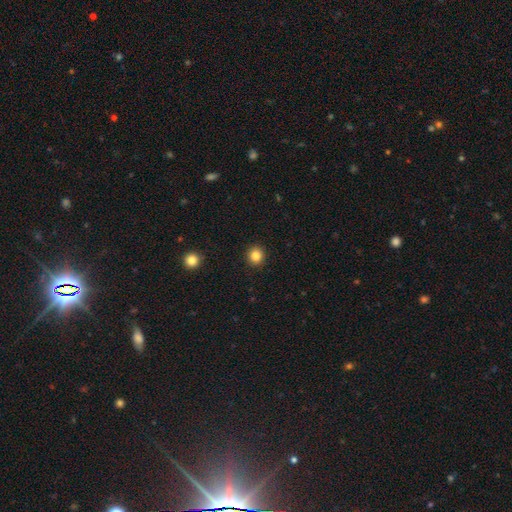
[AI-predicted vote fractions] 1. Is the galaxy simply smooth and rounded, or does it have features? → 84% smooth, 11% star or artifact, 5% featured or disk.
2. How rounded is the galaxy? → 91% round, 8% in between, 1% cigar-shaped.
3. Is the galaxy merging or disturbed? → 93% none, 5% minor disturbance, 2% major disturbance, 1% merger.